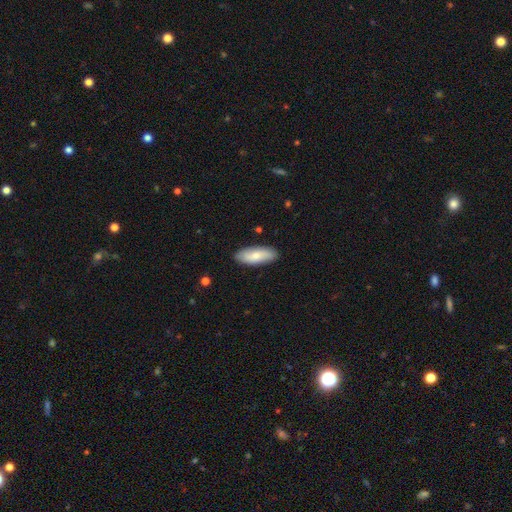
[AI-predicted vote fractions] smooth-or-featured: smooth: 74% | featured or disk: 21% | star or artifact: 5%
  how-rounded: in between: 77% | cigar-shaped: 20% | round: 2%
  merging: none: 88% | minor disturbance: 9% | major disturbance: 2% | merger: 1%